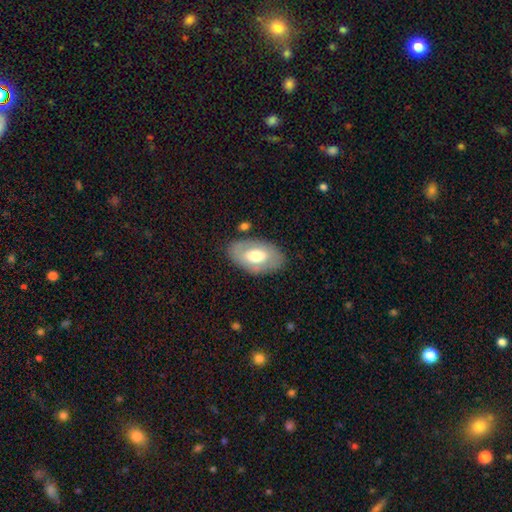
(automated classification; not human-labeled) Smooth or featured: smooth — 58% (featured or disk — 36%)
How rounded: in between — 92% (round — 6%)
Merging: none — 77% (minor disturbance — 15%)